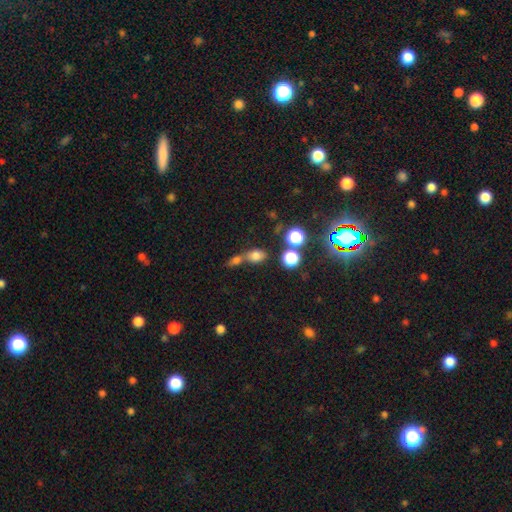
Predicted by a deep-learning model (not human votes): This appears to be a smooth galaxy with no disk features (73%) that is in between round and cigar-shaped (60%). Merging: merger (43%).